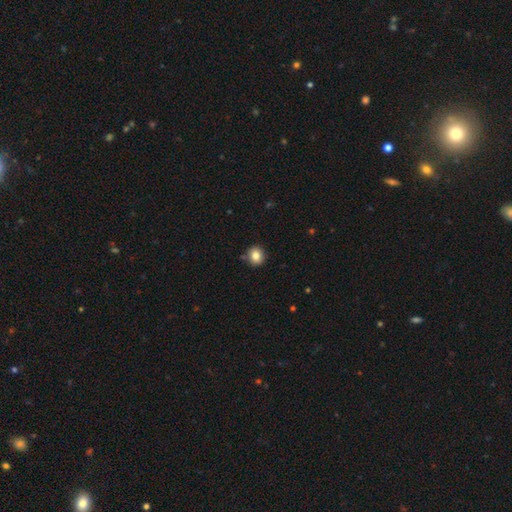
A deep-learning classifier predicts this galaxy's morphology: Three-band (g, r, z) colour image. It shows a smooth galaxy with no disk features (83%) that is round (85%). Merging: none (87%).